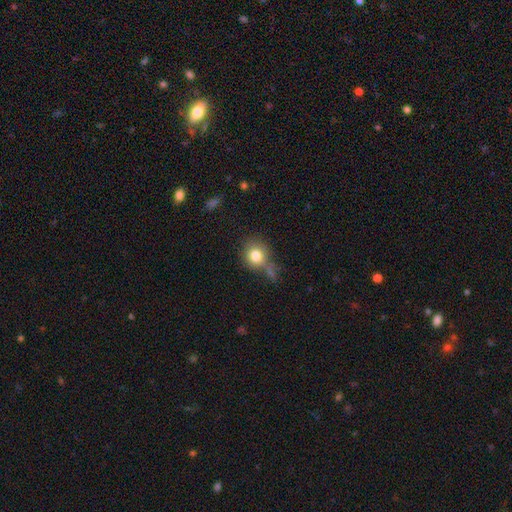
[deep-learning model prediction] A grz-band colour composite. It shows a smooth galaxy with no disk features (80%) that is round (82%). Merging: none (56%).